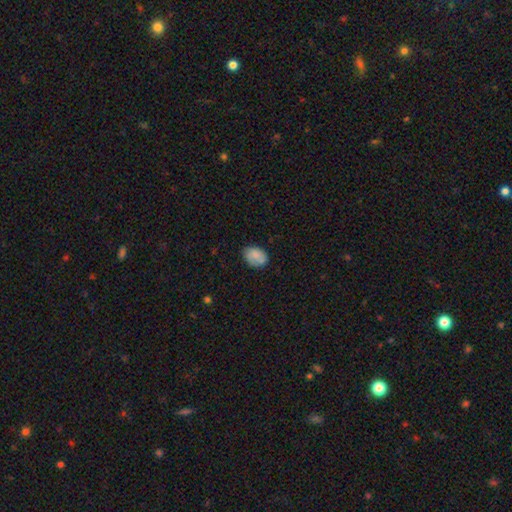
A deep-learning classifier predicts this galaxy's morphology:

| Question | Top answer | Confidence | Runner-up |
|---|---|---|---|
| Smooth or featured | smooth | 81% | featured or disk (11%) |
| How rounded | in between | 77% | round (22%) |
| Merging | none | 70% | minor disturbance (22%) |